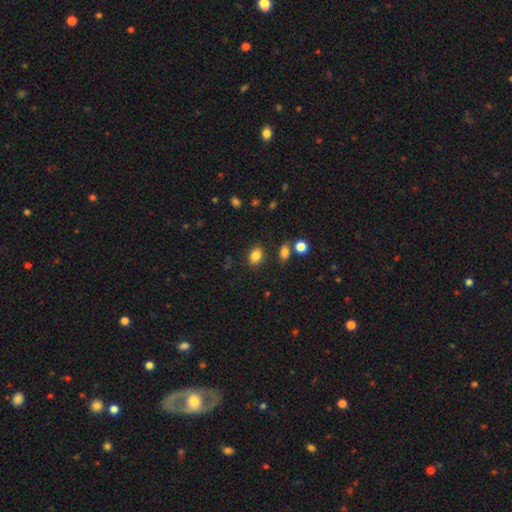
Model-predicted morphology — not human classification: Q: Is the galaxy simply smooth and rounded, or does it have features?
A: smooth — 84%.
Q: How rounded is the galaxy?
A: in between — 66%.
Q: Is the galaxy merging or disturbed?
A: none — 83%.